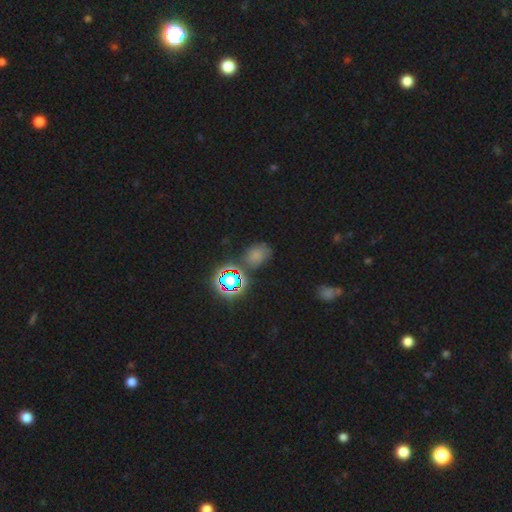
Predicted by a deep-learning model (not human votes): A smooth galaxy with no disk features (54%) that is in between round and cigar-shaped (62%).

Vote fractions:
- Smooth or featured? smooth: 54% / star or artifact: 36% / featured or disk: 10%
- How rounded? in between: 62% / round: 37% / cigar-shaped: 2%
- Merging? none: 63% / minor disturbance: 21% / merger: 9% / major disturbance: 8%